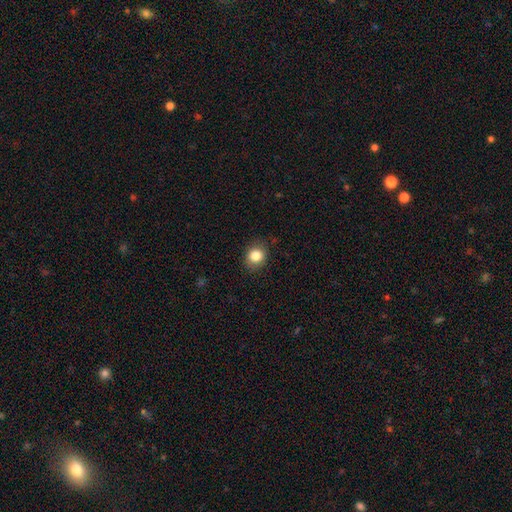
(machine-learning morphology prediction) The model was most divided on "how rounded": round: 66%, in between: 33%, cigar-shaped: 1%. More confident: merging — none (85%); smooth or featured — smooth (84%).